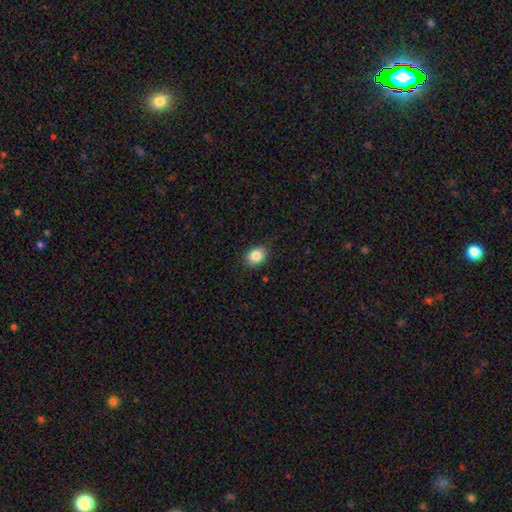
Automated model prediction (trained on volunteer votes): The model was most divided on "how rounded": in between: 53%, round: 46%, cigar-shaped: 1%. More confident: smooth or featured — smooth (85%); merging — none (84%).